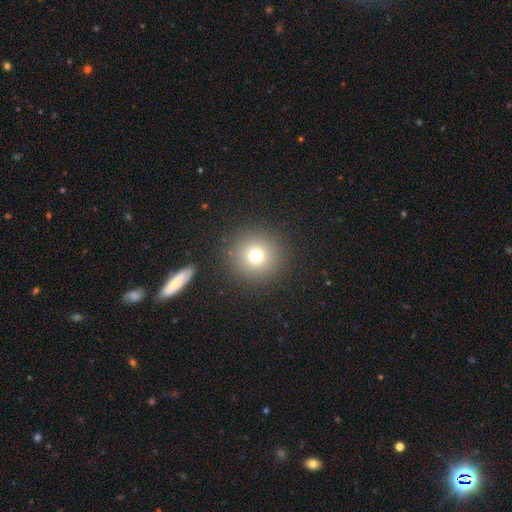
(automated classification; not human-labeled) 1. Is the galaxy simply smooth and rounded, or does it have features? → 74% smooth, 15% star or artifact, 11% featured or disk.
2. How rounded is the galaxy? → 94% round, 5% in between, 1% cigar-shaped.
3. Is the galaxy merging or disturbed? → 89% none, 6% minor disturbance, 3% major disturbance, 2% merger.